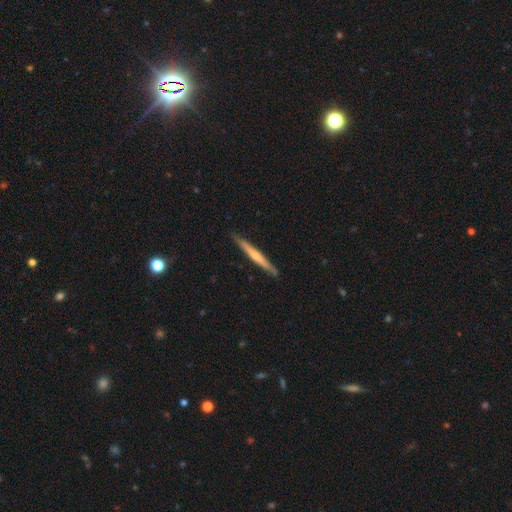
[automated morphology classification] Smooth or featured? Predicted: featured or disk (p=0.51). Edge-on disk? Predicted: yes (p=0.96). Merging? Predicted: none (p=0.88).